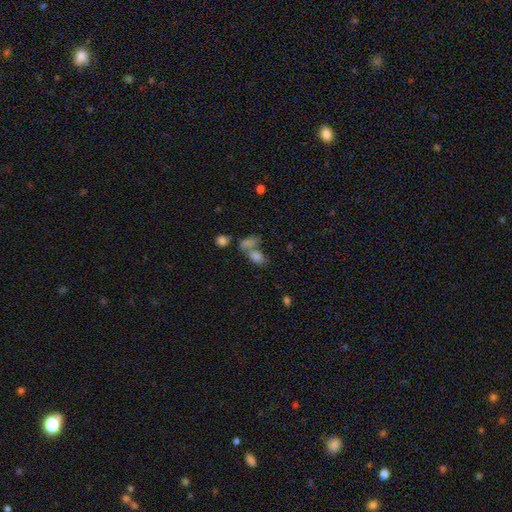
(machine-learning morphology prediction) smooth 72%, star or artifact 16%, featured or disk 13%. Down the decision tree: how rounded — in between (82%); merging — merger (46%).